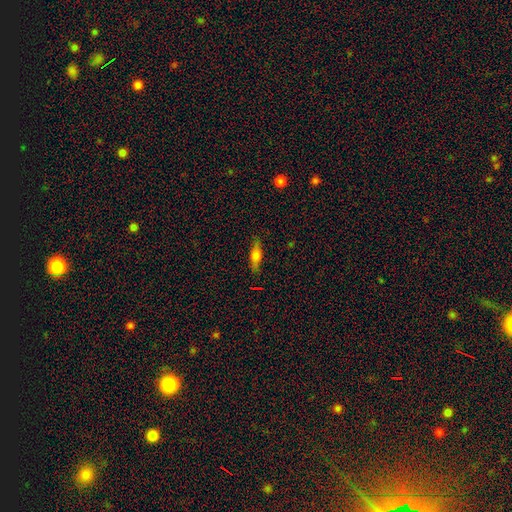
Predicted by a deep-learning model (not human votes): This appears to be a smooth galaxy with no disk features (63%) that is cigar-shaped (49%). Merging: none (82%).